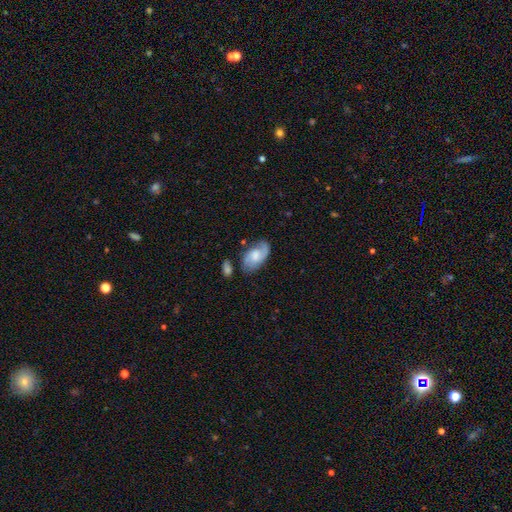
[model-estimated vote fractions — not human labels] Smooth or featured? featured or disk (62%)
Edge-on disk? no (95%)
Bar? no (56%)
Spiral arms? yes (90%)
Spiral winding? medium (46%)
Spiral arm count? 2 (73%)
Bulge size? moderate (40%)
Merging? none (65%)